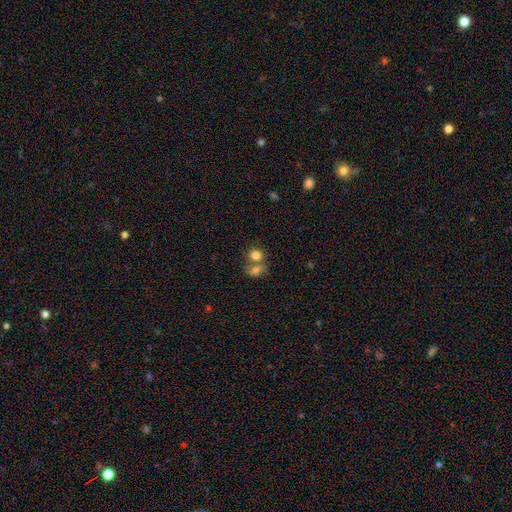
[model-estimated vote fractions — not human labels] This appears to be a smooth galaxy with no disk features (79%) that is round (68%). Merging: merger (53%).